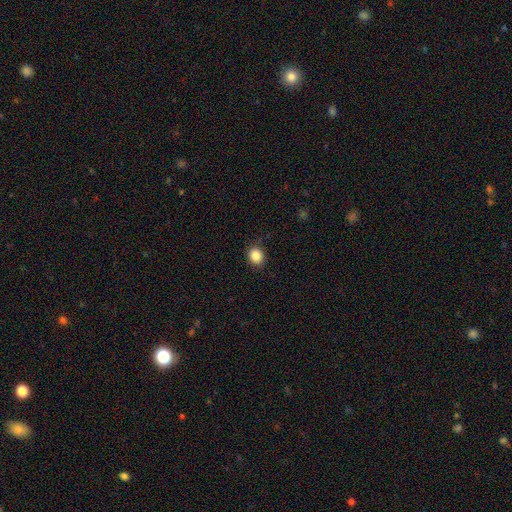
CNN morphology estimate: Smooth or featured?
  - smooth: 87% *
  - star or artifact: 10%
  - featured or disk: 3%
How rounded?
  - round: 75% *
  - in between: 24%
  - cigar-shaped: 1%
Merging?
  - none: 88% *
  - minor disturbance: 9%
  - major disturbance: 2%
  - merger: 1%